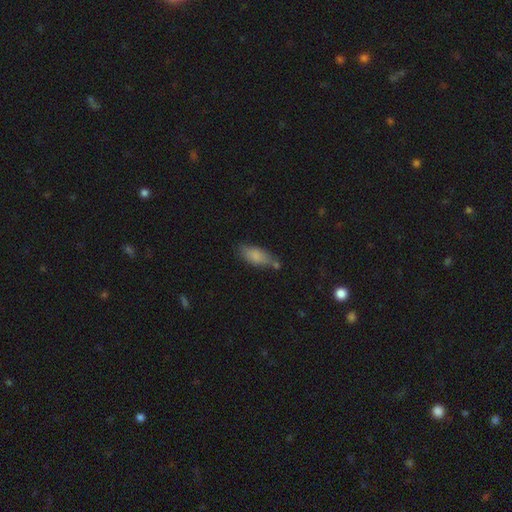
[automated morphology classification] Smooth or featured?
  - smooth: 82% *
  - featured or disk: 11%
  - star or artifact: 7%
How rounded?
  - in between: 76% *
  - cigar-shaped: 22%
  - round: 2%
Merging?
  - none: 55% *
  - minor disturbance: 26%
  - merger: 13%
  - major disturbance: 7%